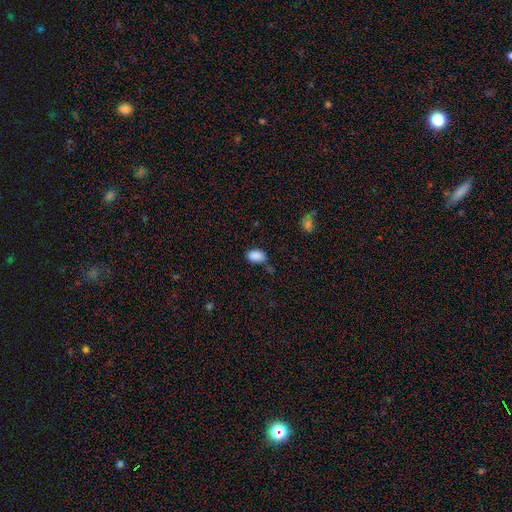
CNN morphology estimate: Smooth or featured: smooth — 88% (star or artifact — 9%)
How rounded: in between — 88% (round — 10%)
Merging: none — 68% (minor disturbance — 23%)